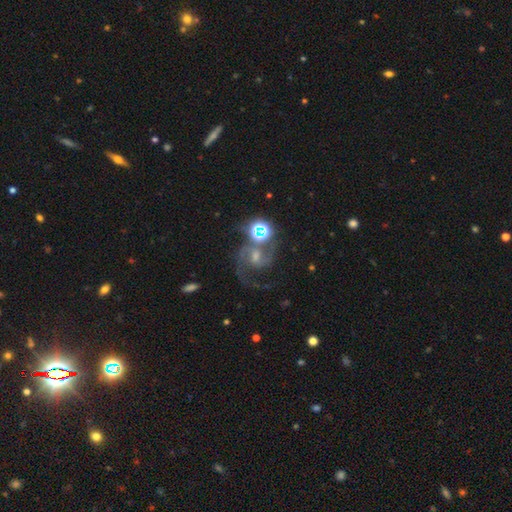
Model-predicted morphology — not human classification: Smooth or featured: featured or disk — 81% (star or artifact — 12%)
Edge-on disk: no — 98% (yes — 2%)
Bar: no — 48% (weak — 41%)
Spiral arms: yes — 97% (no — 3%)
Spiral winding: medium — 57% (loose — 23%)
Spiral arm count: 2 — 83% (1 — 6%)
Bulge size: moderate — 45% (small — 42%)
Merging: none — 54% (merger — 17%)